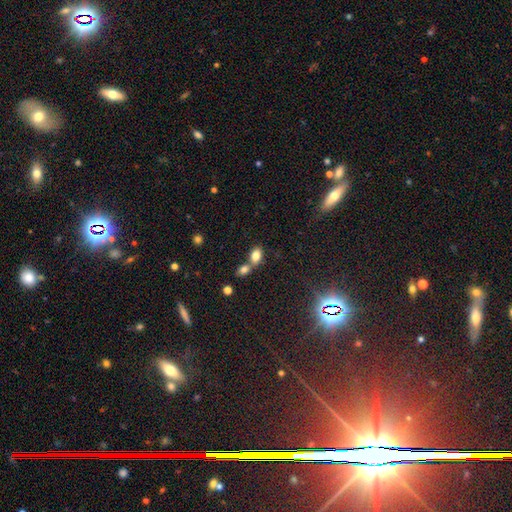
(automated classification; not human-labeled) Smooth or featured?
  - smooth: 81% *
  - star or artifact: 11%
  - featured or disk: 9%
How rounded?
  - in between: 82% *
  - round: 16%
  - cigar-shaped: 2%
Merging?
  - merger: 49% *
  - none: 39%
  - minor disturbance: 9%
  - major disturbance: 3%